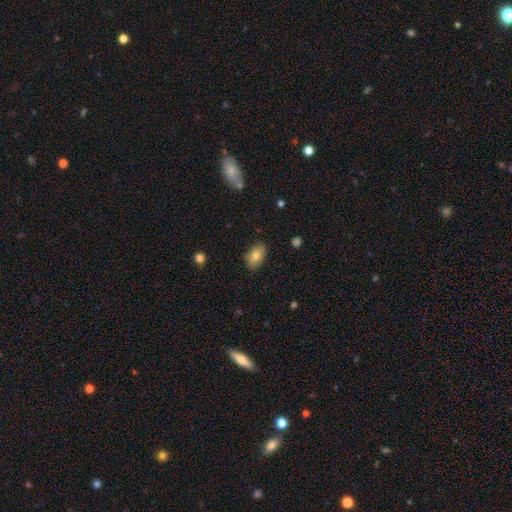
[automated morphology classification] Smooth or featured: smooth — 79% (featured or disk — 13%)
How rounded: in between — 90% (round — 7%)
Merging: none — 83% (minor disturbance — 14%)